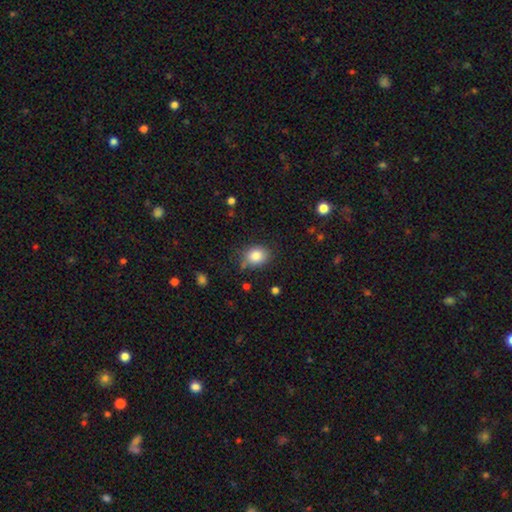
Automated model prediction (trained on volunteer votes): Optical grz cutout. It shows a smooth galaxy with no disk features (84%) that is round (51%). Merging: none (78%).